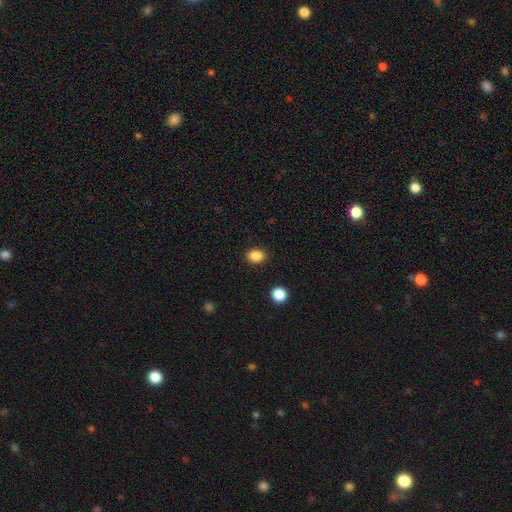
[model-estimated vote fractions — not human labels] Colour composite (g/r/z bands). It shows a smooth galaxy with no disk features (87%) that is in between round and cigar-shaped (60%). Merging: none (89%).